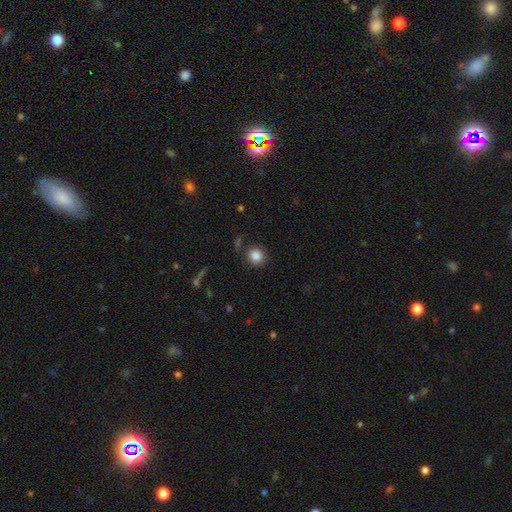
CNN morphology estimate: smooth 85%, star or artifact 10%, featured or disk 5%. Down the decision tree: how rounded — round (88%); merging — none (84%).